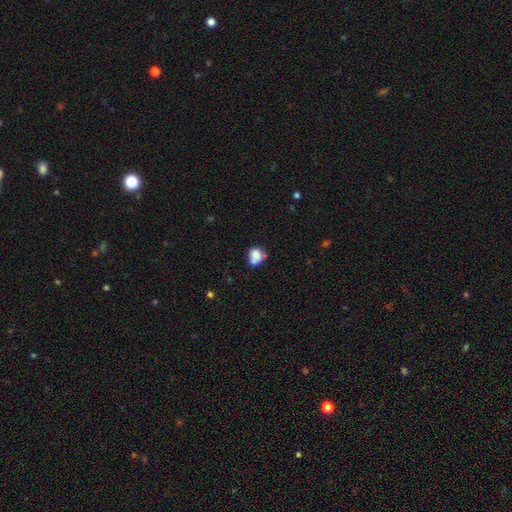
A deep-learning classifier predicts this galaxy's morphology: smooth-or-featured: smooth: 72% | featured or disk: 17% | star or artifact: 10%
  how-rounded: round: 63% | in between: 36% | cigar-shaped: 1%
  merging: none: 36% | merger: 33% | minor disturbance: 20% | major disturbance: 10%